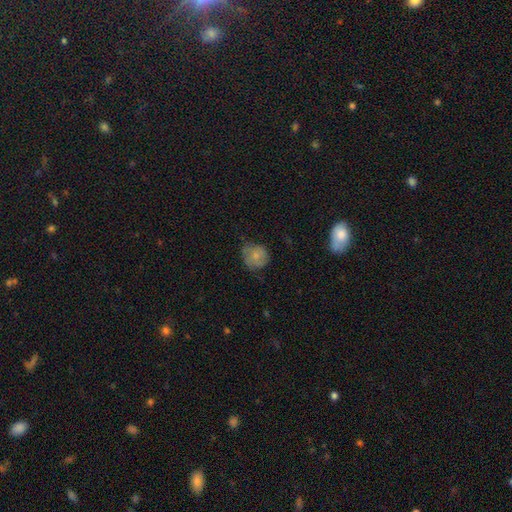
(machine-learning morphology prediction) Overall: smooth (71%). How rounded: round (81%). Merging: none (62%; minor disturbance 29%).